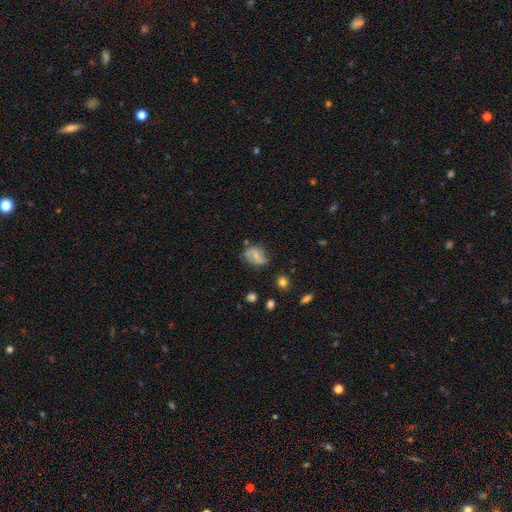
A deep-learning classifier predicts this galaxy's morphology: featured or disk 51%, smooth 40%, star or artifact 9%. Down the decision tree: edge-on disk — no (96%); merging — none (66%).